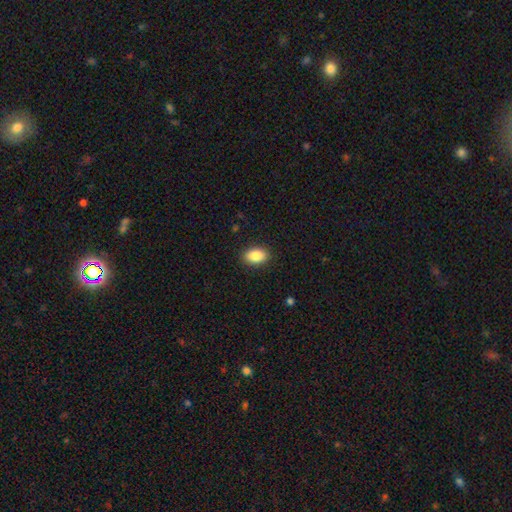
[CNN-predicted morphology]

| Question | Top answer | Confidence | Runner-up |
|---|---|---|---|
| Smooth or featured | smooth | 88% | star or artifact (7%) |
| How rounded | in between | 88% | round (10%) |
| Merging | none | 89% | minor disturbance (8%) |